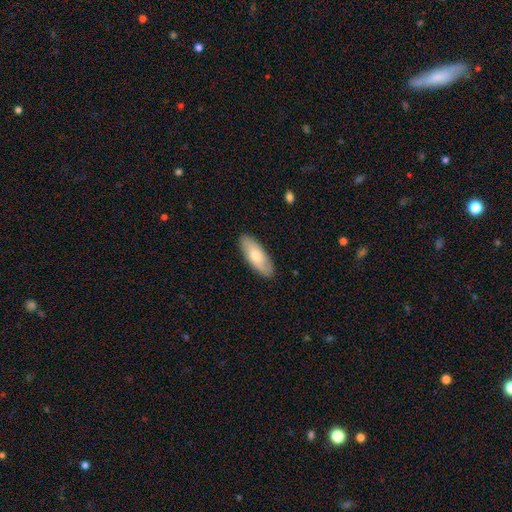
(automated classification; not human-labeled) Morphology: type=smooth (69%); roundness=in between (75%); merging=none (88%).